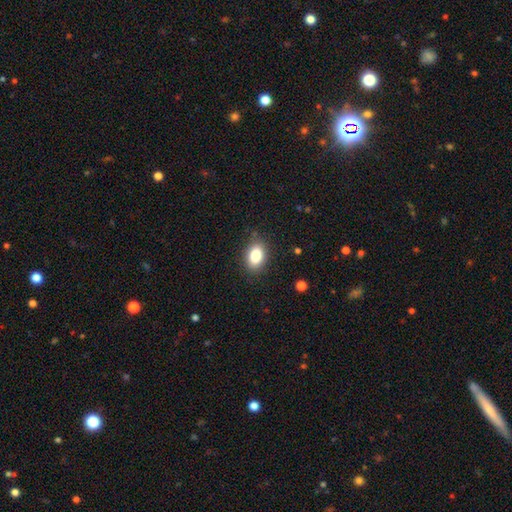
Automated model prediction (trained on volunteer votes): Morphology: type=smooth (84%); roundness=in between (86%); merging=none (85%).